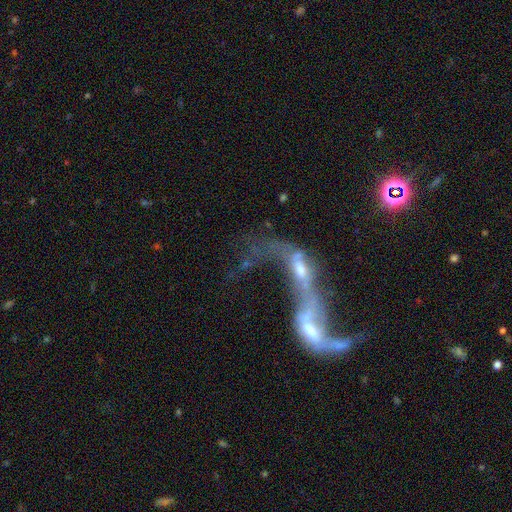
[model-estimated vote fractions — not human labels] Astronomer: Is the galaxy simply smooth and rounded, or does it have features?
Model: featured or disk — 69%.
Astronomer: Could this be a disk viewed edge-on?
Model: no — 91%.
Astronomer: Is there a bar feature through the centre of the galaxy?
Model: no — 63%.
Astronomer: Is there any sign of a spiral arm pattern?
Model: yes — 56% (runner-up: no, 44%).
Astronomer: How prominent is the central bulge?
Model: moderate — 36% (runner-up: small, 33%).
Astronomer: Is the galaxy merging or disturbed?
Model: merger — 76%.